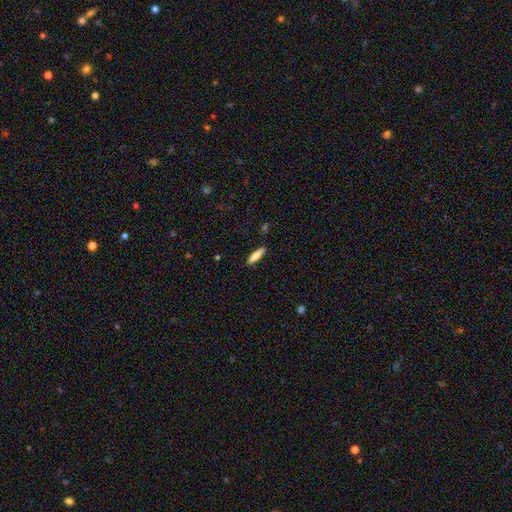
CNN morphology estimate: smooth 80%, featured or disk 14%, star or artifact 6%. Down the decision tree: how rounded — cigar-shaped (76%); merging — none (88%).